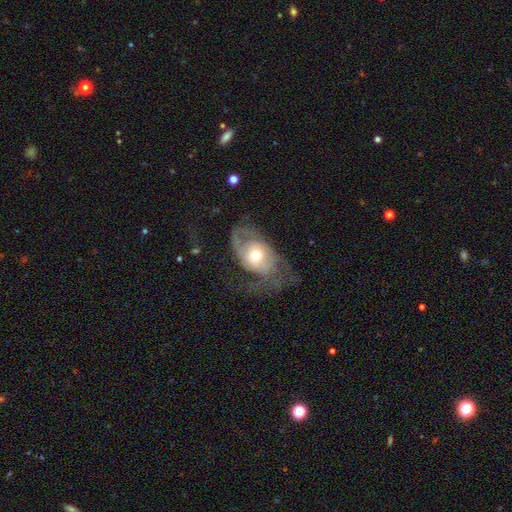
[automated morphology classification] Smooth or featured? Predicted: featured or disk (p=0.56). Edge-on disk? Predicted: no (p=0.94). Bar? Predicted: no (p=0.77). Spiral arms? Predicted: yes (p=0.63). Bulge size? Predicted: moderate (p=0.62). Merging? Predicted: major disturbance (p=0.44).